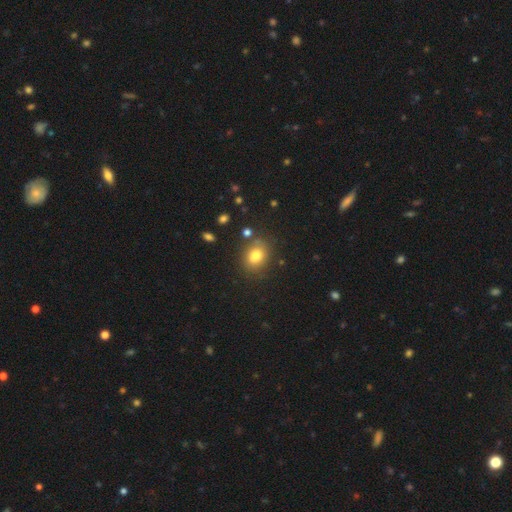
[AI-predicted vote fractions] Smooth or featured? smooth (79%)
How rounded? in between (55%)
Merging? none (77%)